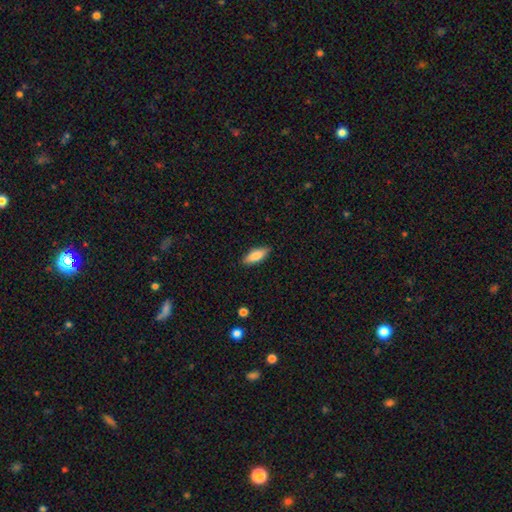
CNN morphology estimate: Smooth or featured?
  - smooth: 82% *
  - featured or disk: 12%
  - star or artifact: 6%
How rounded?
  - in between: 68% *
  - cigar-shaped: 30%
  - round: 2%
Merging?
  - none: 86% *
  - minor disturbance: 11%
  - major disturbance: 2%
  - merger: 1%